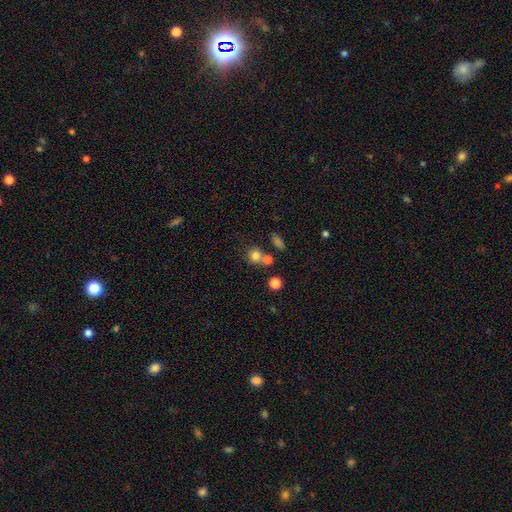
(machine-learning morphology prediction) Smooth or featured: smooth — 78% (star or artifact — 13%)
How rounded: round — 82% (in between — 16%)
Merging: none — 57% (merger — 30%)